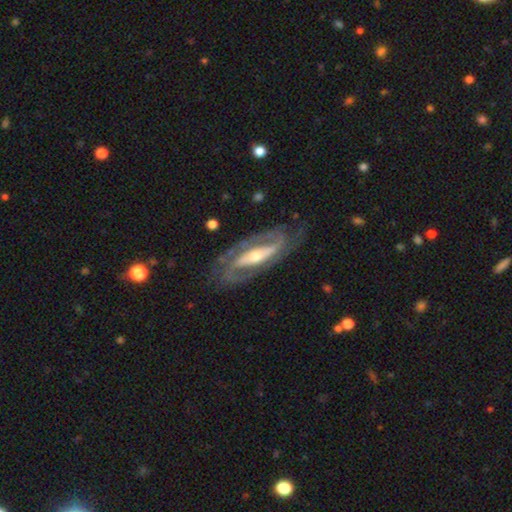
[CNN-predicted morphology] A featured or disk galaxy (89%) with a strong bar (57%), 2 (89%) medium (47%) spiral arms (95%) and a moderate central bulge (55%). Merging: none (78%).